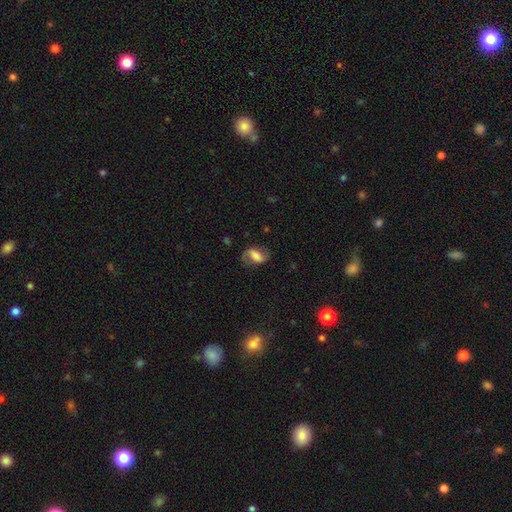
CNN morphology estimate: Smooth or featured?
  - featured or disk: 63% *
  - smooth: 28%
  - star or artifact: 9%
Edge-on disk?
  - no: 96% *
  - yes: 4%
Bar?
  - weak: 41% *
  - strong: 33%
  - no: 26%
Spiral arms?
  - yes: 91% *
  - no: 9%
Spiral winding?
  - loose: 49% *
  - medium: 38%
  - tight: 12%
Spiral arm count?
  - 2: 88% *
  - 1: 5%
  - can't tell: 4%
  - 3: 1%
  - 4: 1%
  - more than 4: 1%
Bulge size?
  - large: 29% *
  - moderate: 26%
  - none: 21%
  - small: 18%
  - dominant: 6%
Merging?
  - none: 71% *
  - minor disturbance: 18%
  - major disturbance: 10%
  - merger: 2%